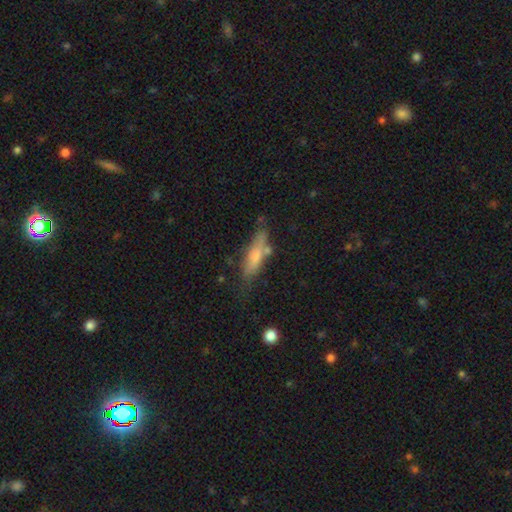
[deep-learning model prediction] Smooth or featured: smooth — 65% (featured or disk — 28%)
How rounded: cigar-shaped — 59% (in between — 39%)
Merging: none — 58% (minor disturbance — 23%)